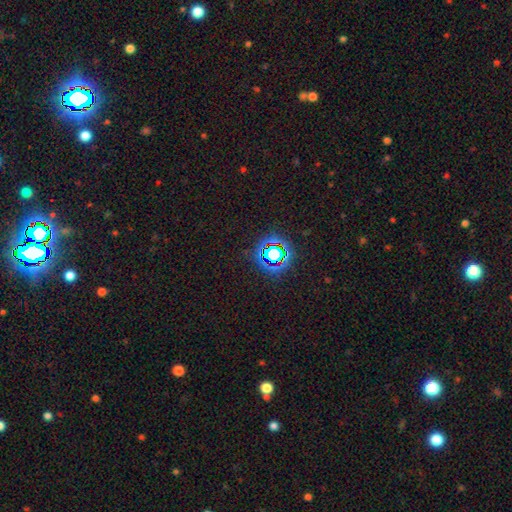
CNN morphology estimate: Smooth or featured? star or artifact (79%)